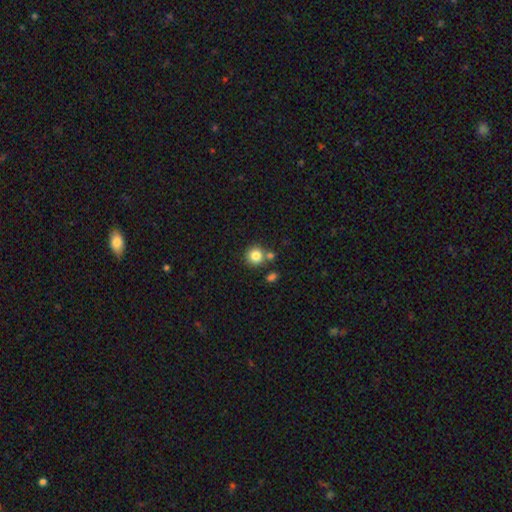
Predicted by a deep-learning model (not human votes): Smooth or featured?
  - smooth: 83% *
  - star or artifact: 10%
  - featured or disk: 7%
How rounded?
  - round: 92% *
  - in between: 7%
  - cigar-shaped: 1%
Merging?
  - none: 72% *
  - merger: 16%
  - minor disturbance: 9%
  - major disturbance: 3%